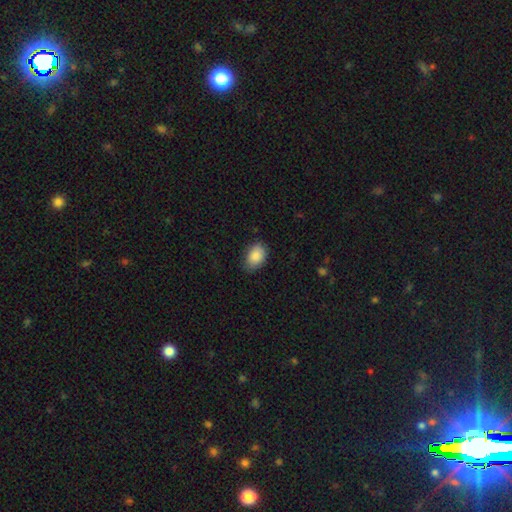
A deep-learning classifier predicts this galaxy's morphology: This is clearly a smooth galaxy (88%). How rounded: clearly in between (85%). Merging: likely none (76%).